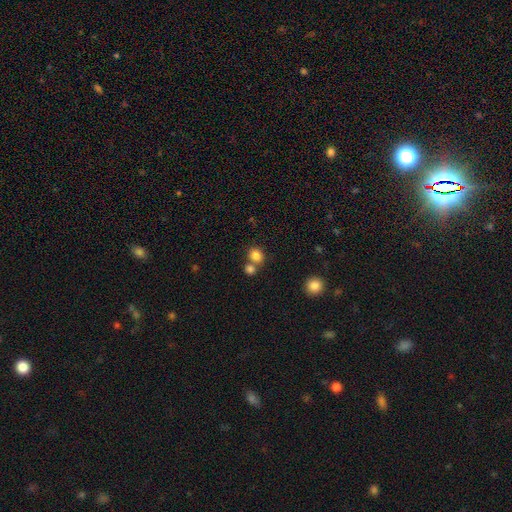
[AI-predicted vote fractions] A smooth galaxy with no disk features (83%) that is round (67%). Merging: none (52%).